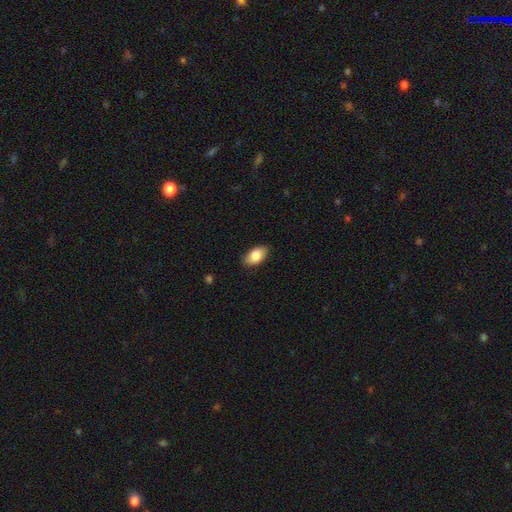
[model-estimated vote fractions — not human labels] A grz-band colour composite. It shows a smooth galaxy with no disk features (84%) that is in between round and cigar-shaped (93%). Merging: none (85%).